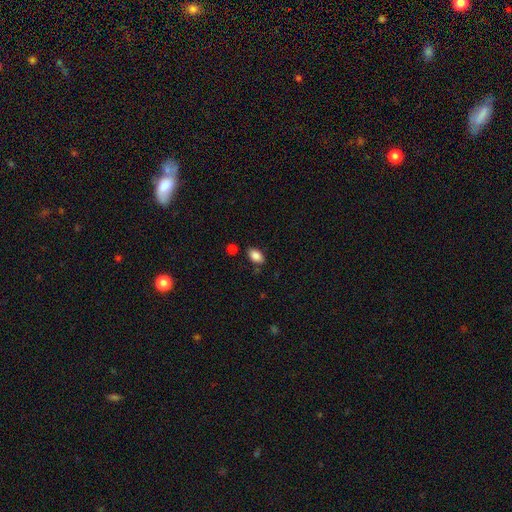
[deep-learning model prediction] smooth-or-featured: smooth: 87% | star or artifact: 8% | featured or disk: 5%
  how-rounded: in between: 91% | round: 7% | cigar-shaped: 2%
  merging: none: 81% | minor disturbance: 12% | merger: 4% | major disturbance: 3%